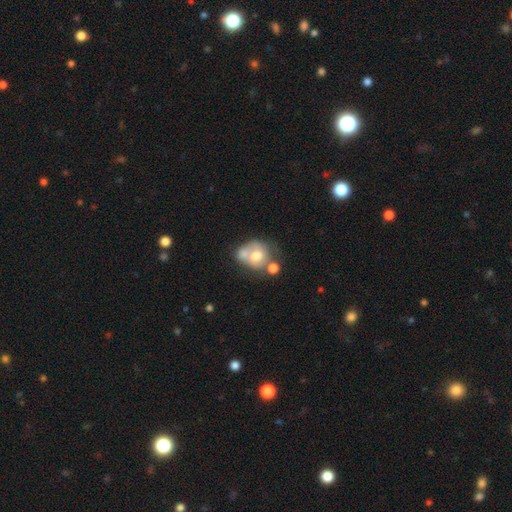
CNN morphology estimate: smooth 55%, featured or disk 36%, star or artifact 9%. Down the decision tree: how rounded — round (58%); merging — merger (51%).